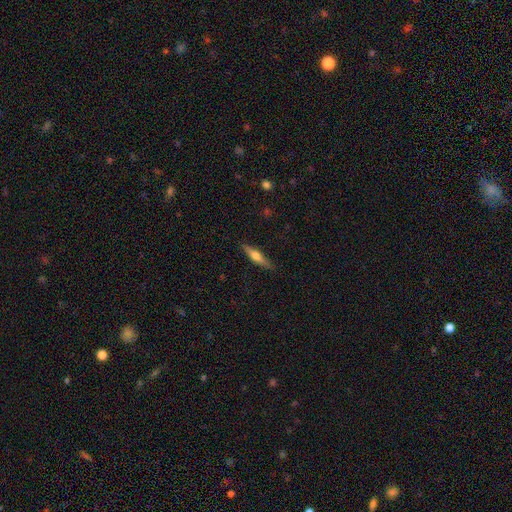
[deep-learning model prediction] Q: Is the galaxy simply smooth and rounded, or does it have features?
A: featured or disk — 49%.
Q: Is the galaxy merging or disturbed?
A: none — 88%.